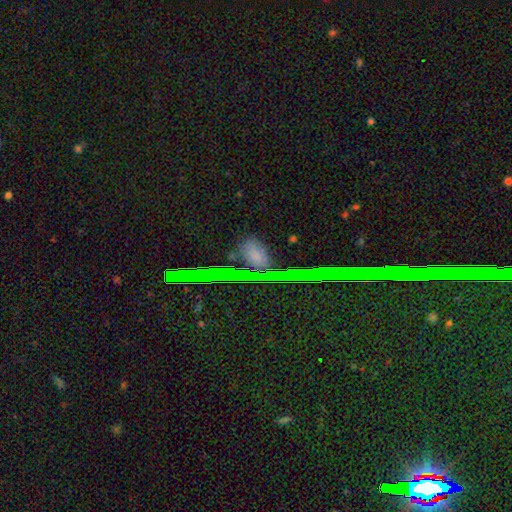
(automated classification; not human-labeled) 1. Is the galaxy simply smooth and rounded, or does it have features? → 48% smooth, 39% star or artifact, 13% featured or disk.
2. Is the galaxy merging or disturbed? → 79% none, 14% minor disturbance, 4% major disturbance, 3% merger.